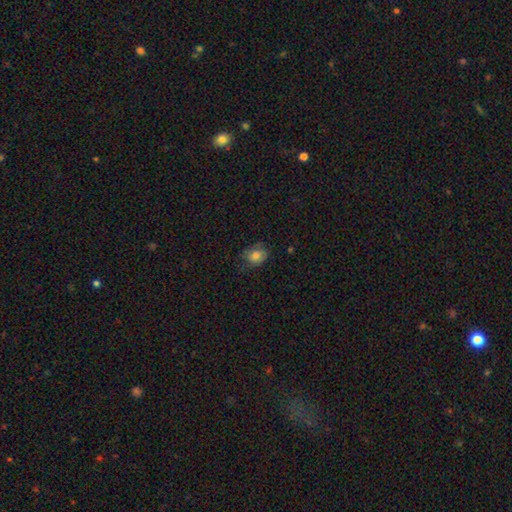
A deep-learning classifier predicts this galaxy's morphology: A smooth galaxy with no disk features (78%) that is in between round and cigar-shaped (55%).

Vote fractions:
- Smooth or featured? smooth: 78% / featured or disk: 12% / star or artifact: 10%
- How rounded? in between: 55% / round: 44% / cigar-shaped: 1%
- Merging? none: 62% / minor disturbance: 27% / major disturbance: 10% / merger: 1%